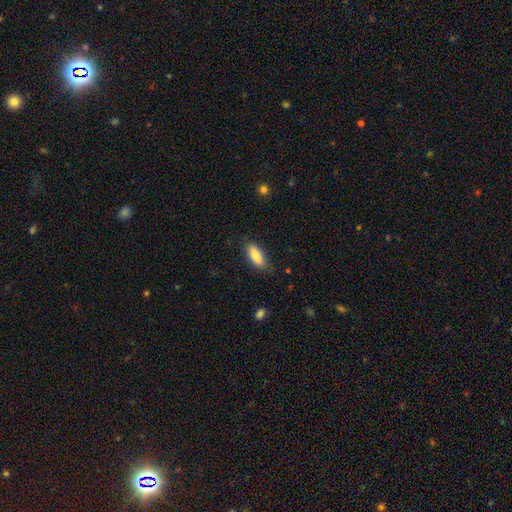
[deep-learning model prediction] smooth 84%, featured or disk 9%, star or artifact 6%. Down the decision tree: how rounded — in between (74%); merging — none (80%).